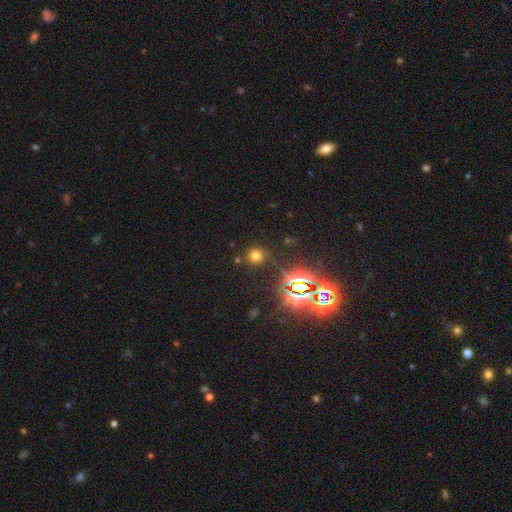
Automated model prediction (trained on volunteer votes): Smooth or featured? Predicted: smooth (p=0.60). How rounded? Predicted: round (p=0.92). Merging? Predicted: none (p=0.84).